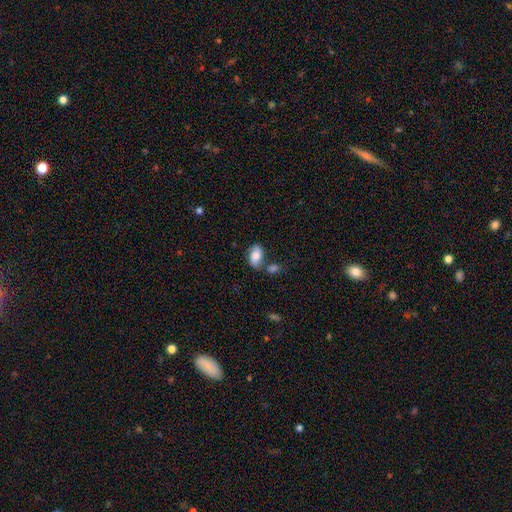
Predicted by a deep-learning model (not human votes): smooth_or_featured: smooth (p=0.72) [alt: featured or disk p=0.21]
how_rounded: in between (p=0.91) [alt: round p=0.07]
merging: none (p=0.53) [alt: merger p=0.20]